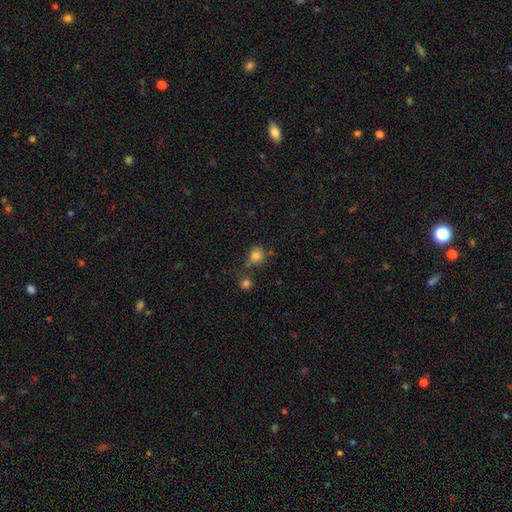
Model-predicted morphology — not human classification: Smooth or featured: smooth — 81% (star or artifact — 13%)
How rounded: round — 84% (in between — 15%)
Merging: none — 66% (merger — 17%)